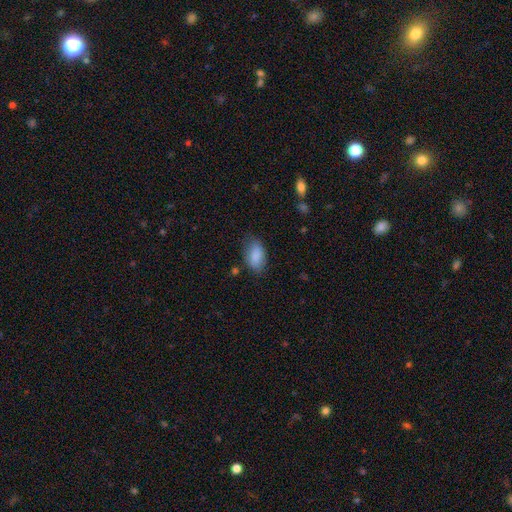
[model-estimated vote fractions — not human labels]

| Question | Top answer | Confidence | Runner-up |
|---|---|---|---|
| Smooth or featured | smooth | 87% | star or artifact (7%) |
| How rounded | in between | 92% | round (6%) |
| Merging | none | 70% | minor disturbance (22%) |